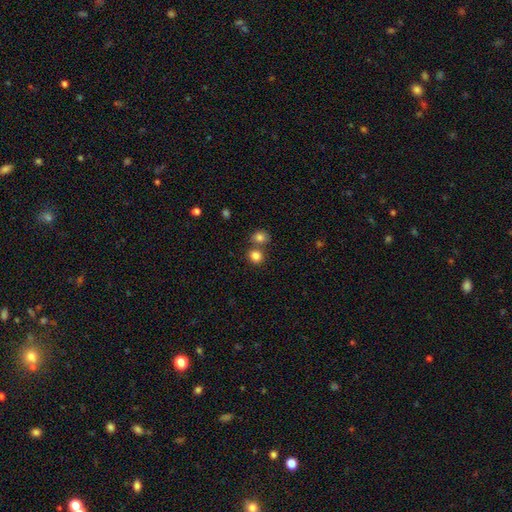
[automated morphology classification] Q: Smooth or featured?
A: smooth (83%); runner-up: star or artifact (11%)
Q: How rounded?
A: round (83%); runner-up: in between (17%)
Q: Merging?
A: none (63%); runner-up: merger (27%)